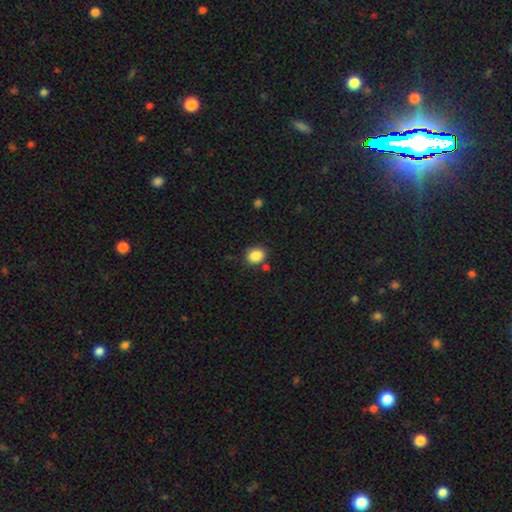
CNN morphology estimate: smooth_or_featured: smooth (p=0.86) [alt: star or artifact p=0.09]
how_rounded: round (p=0.56) [alt: in between p=0.43]
merging: none (p=0.78) [alt: minor disturbance p=0.12]